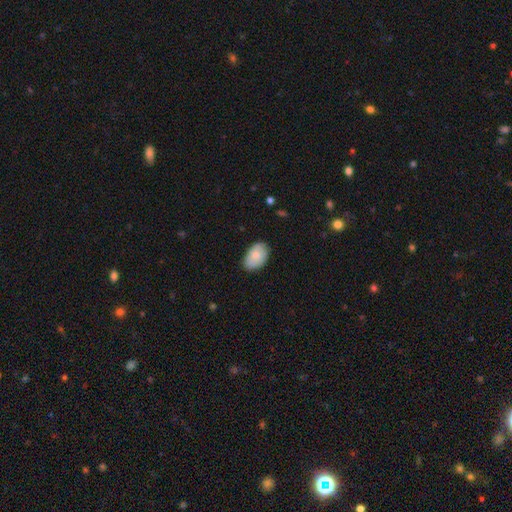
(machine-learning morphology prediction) A smooth galaxy with no disk features (80%) that is in between round and cigar-shaped (90%). Merging: none (80%).